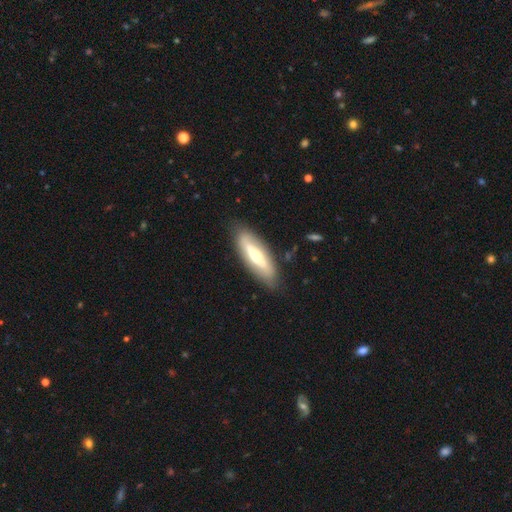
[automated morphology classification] Overall: featured or disk (57%; smooth 38%). Edge-on disk: no (64%; yes 36%). Merging: none (83%).